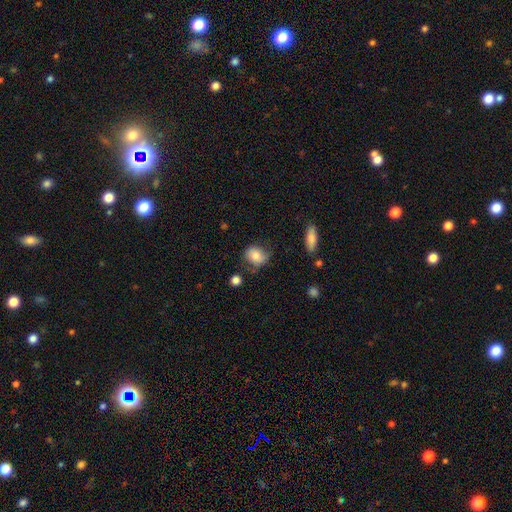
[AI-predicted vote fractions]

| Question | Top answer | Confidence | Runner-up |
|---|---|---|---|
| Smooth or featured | smooth | 77% | featured or disk (14%) |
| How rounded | in between | 49% | tied: round (49%) |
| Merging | none | 65% | minor disturbance (25%) |